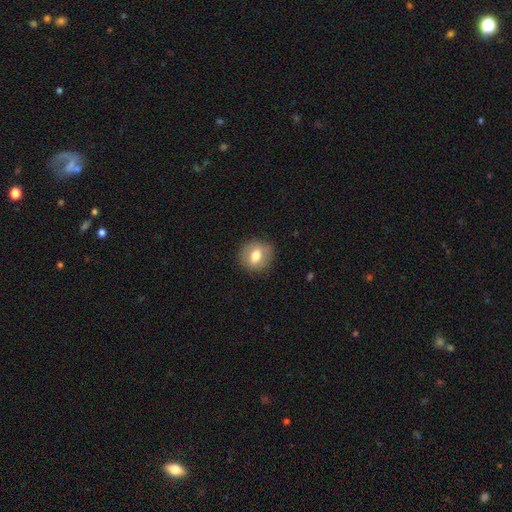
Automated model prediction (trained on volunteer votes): smooth_or_featured: smooth (p=0.68) [alt: featured or disk p=0.23]
how_rounded: round (p=0.73) [alt: in between p=0.26]
merging: none (p=0.85) [alt: minor disturbance p=0.10]